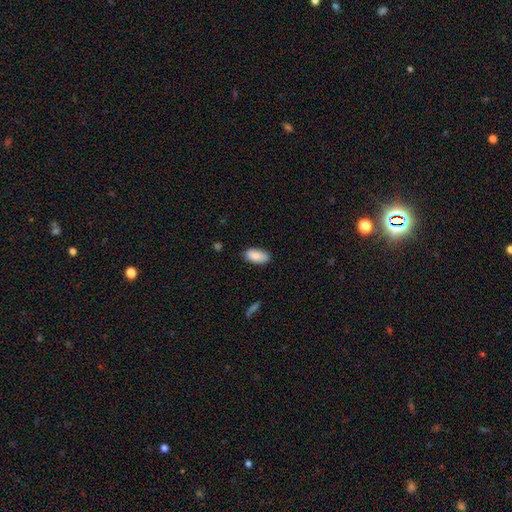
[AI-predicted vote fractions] Smooth or featured?
  - smooth: 87% *
  - featured or disk: 7%
  - star or artifact: 7%
How rounded?
  - in between: 93% *
  - cigar-shaped: 5%
  - round: 2%
Merging?
  - none: 82% *
  - minor disturbance: 15%
  - major disturbance: 2%
  - merger: 1%